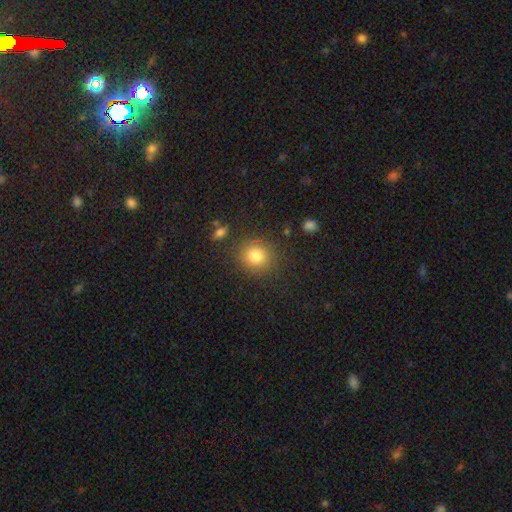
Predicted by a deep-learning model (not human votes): A smooth galaxy with no disk features (82%) that is round (84%). Merging: none (85%).